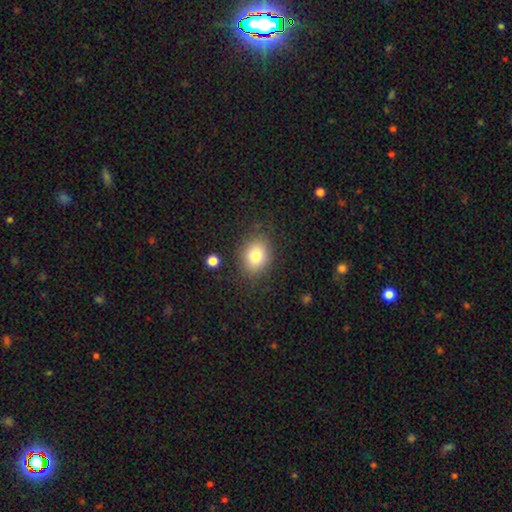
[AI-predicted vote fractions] A smooth galaxy with no disk features (79%) that is in between round and cigar-shaped (54%).

Vote fractions:
- Smooth or featured? smooth: 79% / featured or disk: 11% / star or artifact: 11%
- How rounded? in between: 54% / round: 45% / cigar-shaped: 1%
- Merging? none: 82% / minor disturbance: 11% / major disturbance: 4% / merger: 2%